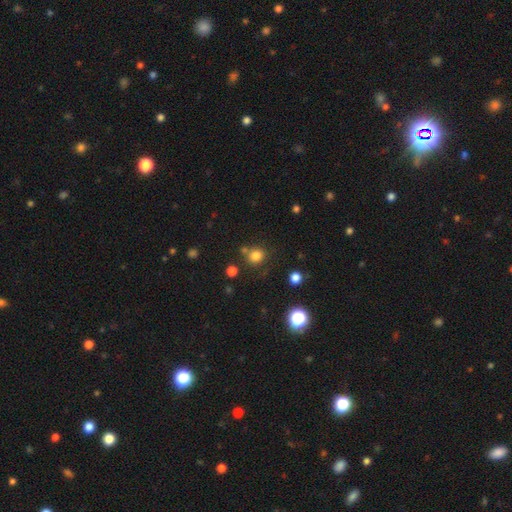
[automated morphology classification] Smooth or featured? smooth (79%)
How rounded? round (84%)
Merging? none (71%)